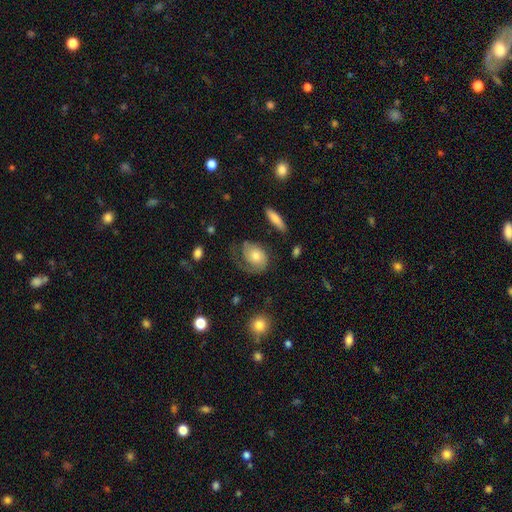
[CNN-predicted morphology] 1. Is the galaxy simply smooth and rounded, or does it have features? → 56% featured or disk, 37% smooth, 7% star or artifact.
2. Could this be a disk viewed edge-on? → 96% no, 4% yes.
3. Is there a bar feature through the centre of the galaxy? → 78% no, 19% weak, 3% strong.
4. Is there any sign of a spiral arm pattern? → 86% yes, 14% no.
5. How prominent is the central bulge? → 57% moderate, 28% small, 10% large, 3% none, 2% dominant.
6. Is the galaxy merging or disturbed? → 42% none, 34% major disturbance, 22% minor disturbance, 3% merger.